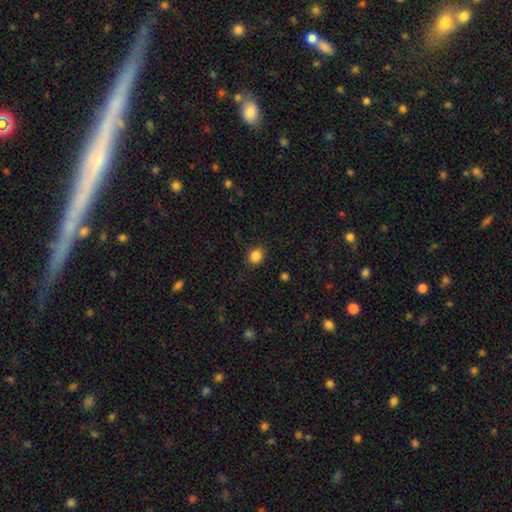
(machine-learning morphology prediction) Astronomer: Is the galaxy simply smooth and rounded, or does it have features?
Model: smooth — 85%.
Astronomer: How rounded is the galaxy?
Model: round — 54% (runner-up: in between, 45%).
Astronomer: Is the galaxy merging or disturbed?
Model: none — 86%.